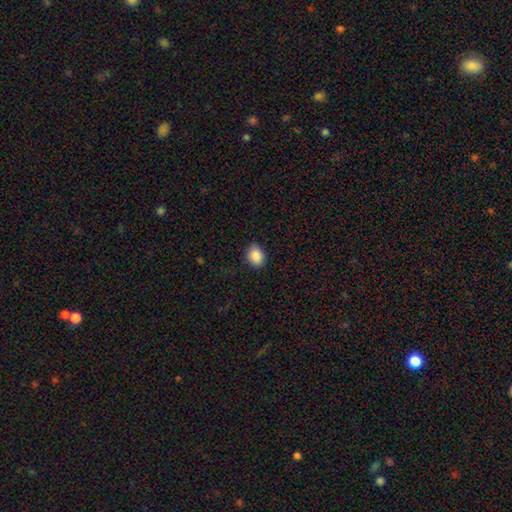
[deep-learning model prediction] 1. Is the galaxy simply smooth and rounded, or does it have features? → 88% smooth, 8% star or artifact, 4% featured or disk.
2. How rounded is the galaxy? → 61% in between, 38% round, 1% cigar-shaped.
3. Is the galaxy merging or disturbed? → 85% none, 12% minor disturbance, 3% major disturbance, 1% merger.